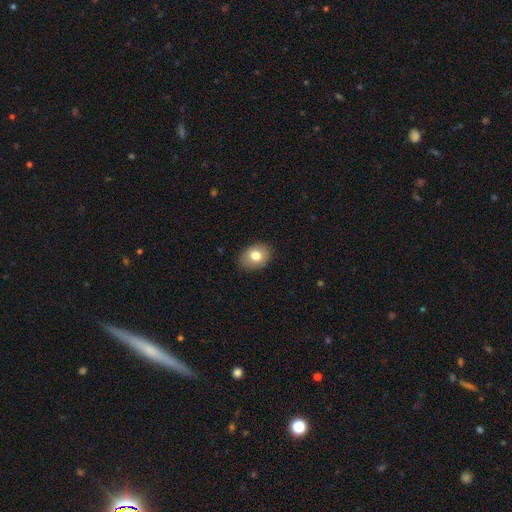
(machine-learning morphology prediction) This is likely a smooth galaxy (78%). How rounded: likely in between (67%). Merging: clearly none (86%).